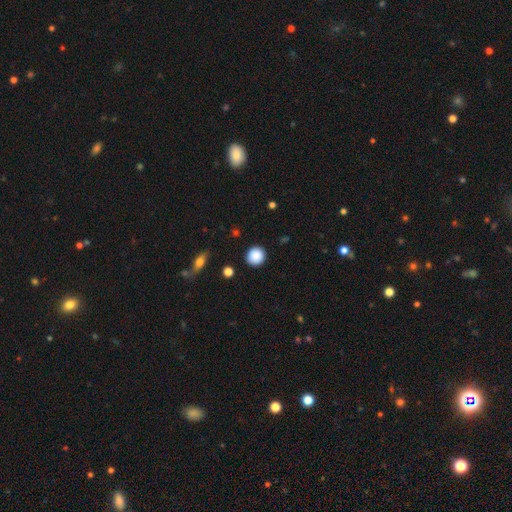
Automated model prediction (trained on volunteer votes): This is clearly a smooth galaxy (88%). How rounded: clearly round (93%). Merging: clearly none (90%).